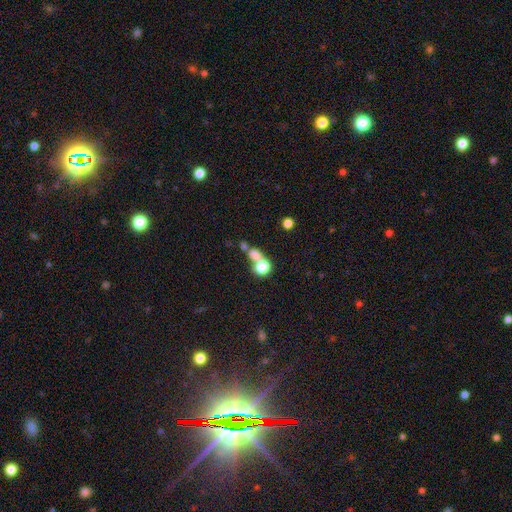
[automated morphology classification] A smooth galaxy with no disk features (71%) that is round (66%).

Vote fractions:
- Smooth or featured? smooth: 71% / star or artifact: 14% / featured or disk: 14%
- How rounded? round: 66% / in between: 31% / cigar-shaped: 3%
- Merging? merger: 56% / none: 31% / minor disturbance: 7% / major disturbance: 6%